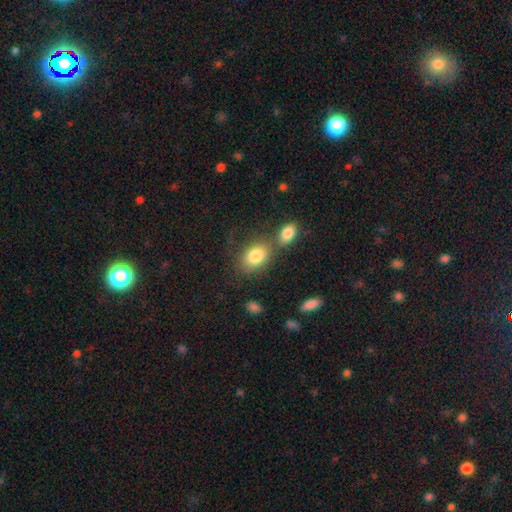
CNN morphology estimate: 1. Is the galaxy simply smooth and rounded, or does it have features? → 82% smooth, 10% featured or disk, 8% star or artifact.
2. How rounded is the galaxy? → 81% in between, 18% round, 1% cigar-shaped.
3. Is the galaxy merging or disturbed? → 50% none, 29% merger, 14% minor disturbance, 7% major disturbance.